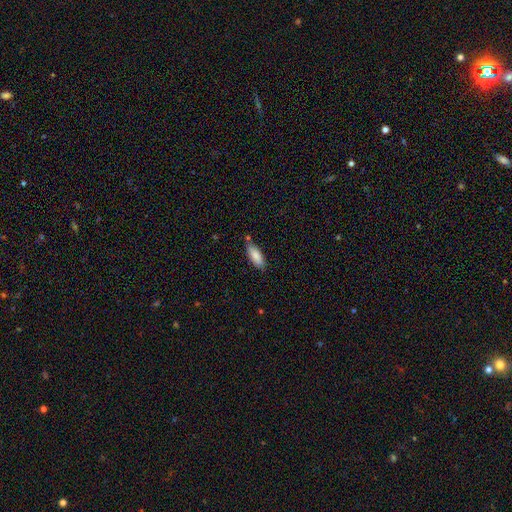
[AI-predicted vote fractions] smooth-or-featured: smooth: 85% | featured or disk: 8% | star or artifact: 6%
  how-rounded: in between: 74% | cigar-shaped: 25% | round: 2%
  merging: none: 75% | minor disturbance: 16% | merger: 5% | major disturbance: 3%